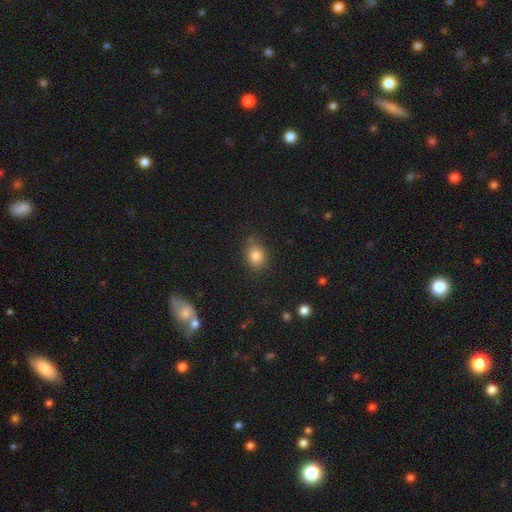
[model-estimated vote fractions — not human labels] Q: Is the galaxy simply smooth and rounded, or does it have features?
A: smooth — 83%.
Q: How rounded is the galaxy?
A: in between — 64%.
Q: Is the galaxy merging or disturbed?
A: none — 81%.